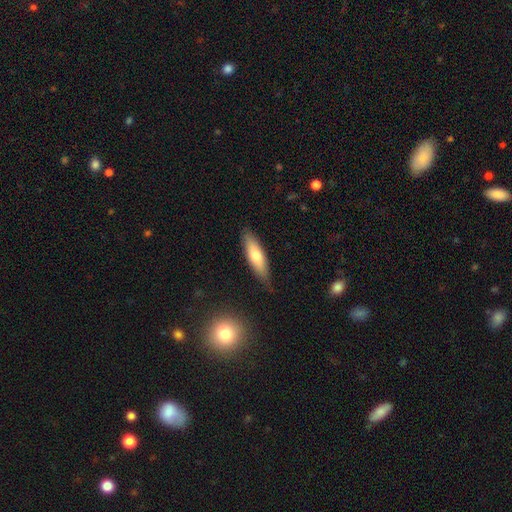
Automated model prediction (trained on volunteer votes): Overall: smooth (66%; featured or disk 28%). How rounded: cigar-shaped (57%; in between 42%). Merging: none (81%).